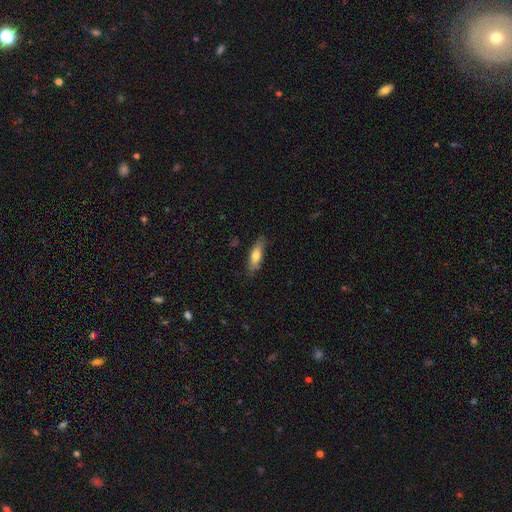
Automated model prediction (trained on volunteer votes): Morphology: type=smooth (70%); roundness=cigar-shaped (49%, tied with in between); merging=none (82%).